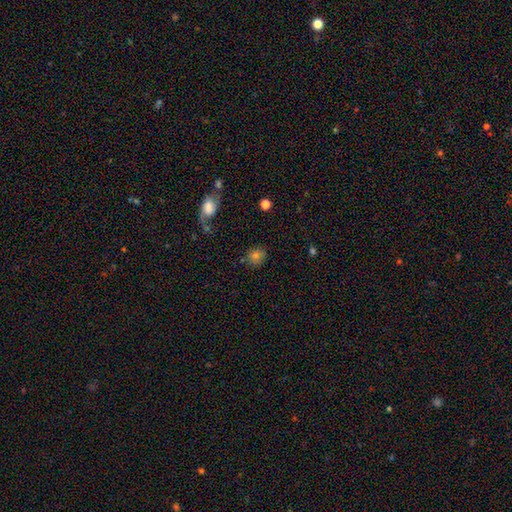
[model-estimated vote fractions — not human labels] Smooth or featured? smooth (66%)
How rounded? round (80%)
Merging? none (77%)